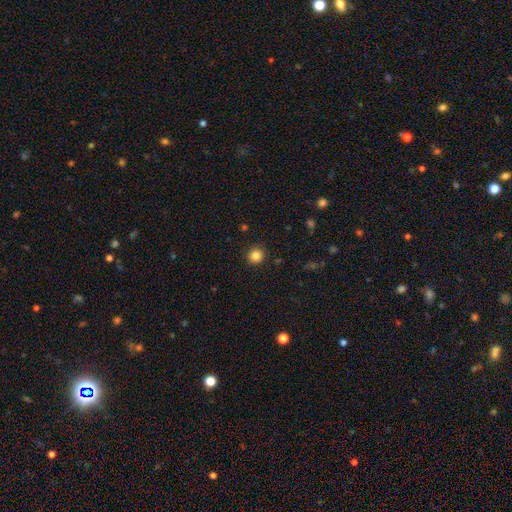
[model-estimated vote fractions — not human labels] Overall: smooth (85%). How rounded: round (92%). Merging: none (91%).